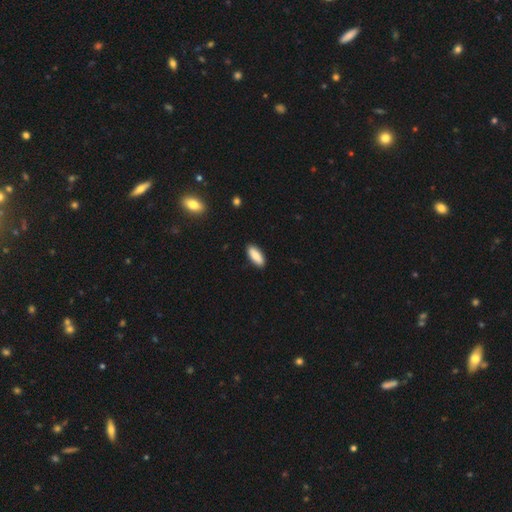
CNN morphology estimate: smooth 86%, featured or disk 9%, star or artifact 6%. Down the decision tree: how rounded — in between (77%); merging — none (89%).